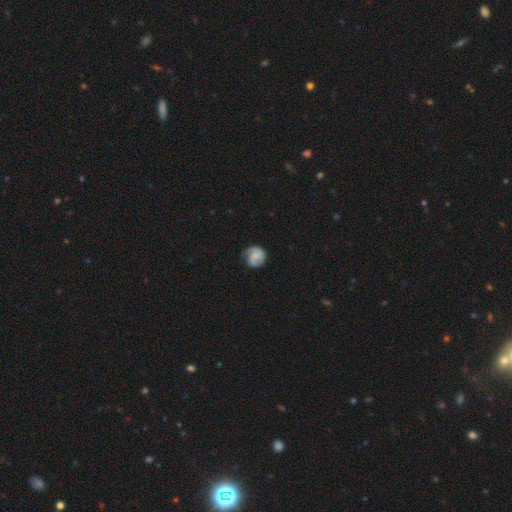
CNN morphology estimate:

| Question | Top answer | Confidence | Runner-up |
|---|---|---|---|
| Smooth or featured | featured or disk | 57% | smooth (36%) |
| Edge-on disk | no | 98% | yes (2%) |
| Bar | no | 59% | weak (34%) |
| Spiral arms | yes | 90% | no (10%) |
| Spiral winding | tight | 48% | medium (37%) |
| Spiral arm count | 2 | 53% | 1 (30%) |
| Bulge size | small | 51% | none (24%) |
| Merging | none | 65% | minor disturbance (24%) |